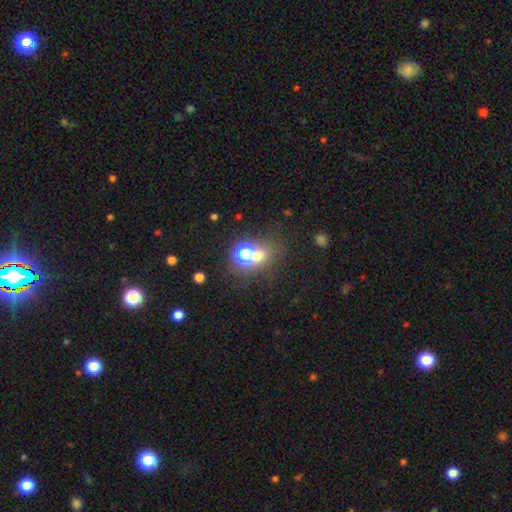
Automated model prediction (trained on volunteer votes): Smooth or featured? smooth (54%)
How rounded? round (69%)
Merging? none (50%)